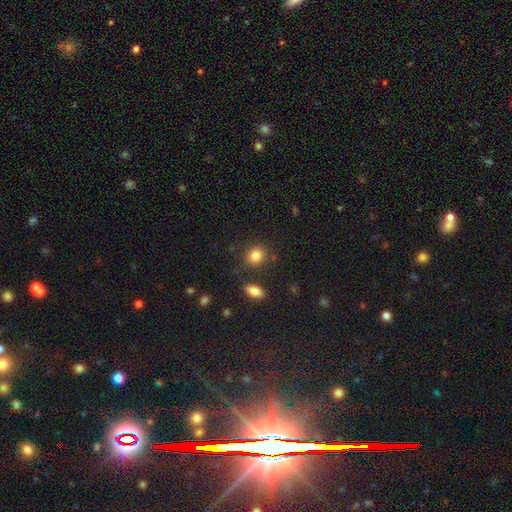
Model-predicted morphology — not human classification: Overall: smooth (85%). How rounded: round (65%; in between 33%). Merging: none (82%).